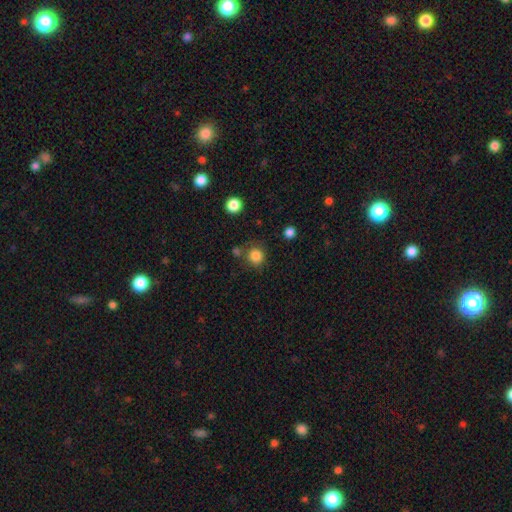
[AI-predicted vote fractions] Morphology: type=smooth (83%); roundness=round (91%); merging=none (76%).